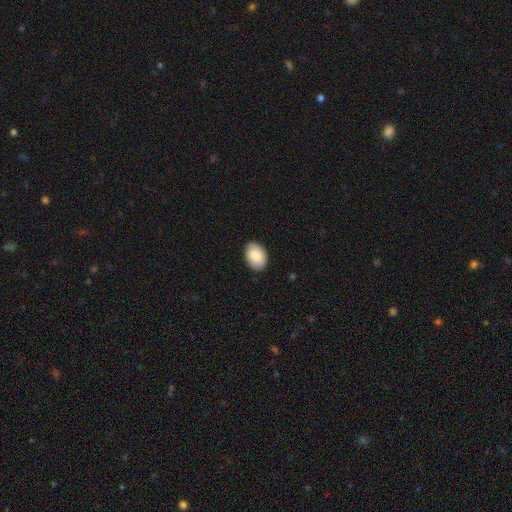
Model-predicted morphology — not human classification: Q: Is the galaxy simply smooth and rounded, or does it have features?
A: smooth — 86%.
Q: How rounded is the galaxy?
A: in between — 83%.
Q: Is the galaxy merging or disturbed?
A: none — 85%.